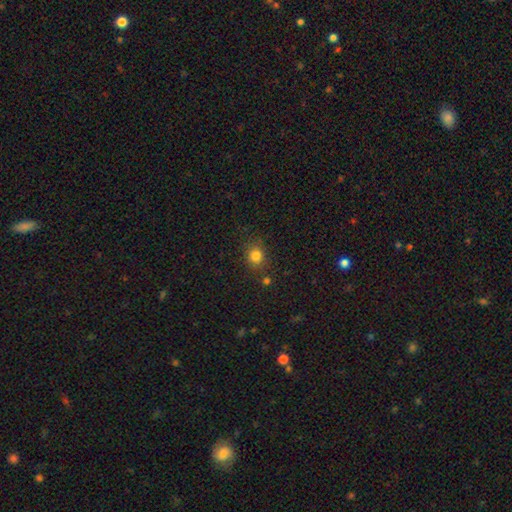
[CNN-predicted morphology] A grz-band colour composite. It shows a smooth galaxy with no disk features (81%) that is round (78%). Merging: none (81%).